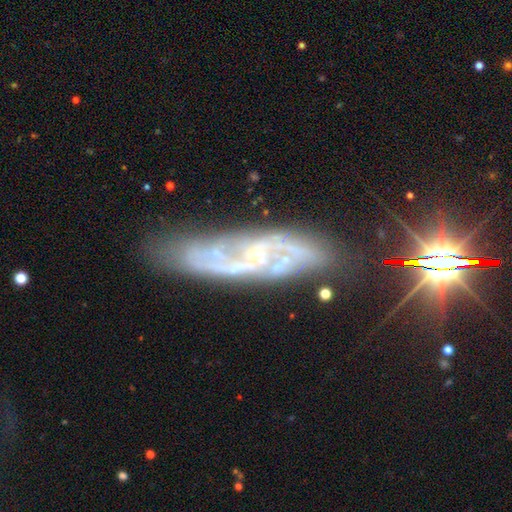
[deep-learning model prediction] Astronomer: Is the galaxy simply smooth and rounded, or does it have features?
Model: featured or disk — 84%.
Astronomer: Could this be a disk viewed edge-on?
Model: no — 84%.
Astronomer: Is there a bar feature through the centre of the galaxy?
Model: no — 52% (runner-up: weak, 36%).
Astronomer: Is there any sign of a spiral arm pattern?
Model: yes — 94%.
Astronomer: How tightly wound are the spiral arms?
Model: medium — 46% (runner-up: tight, 35%).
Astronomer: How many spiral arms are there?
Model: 2 — 56%.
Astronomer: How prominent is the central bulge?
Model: small — 75%.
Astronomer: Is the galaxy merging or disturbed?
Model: none — 73%.